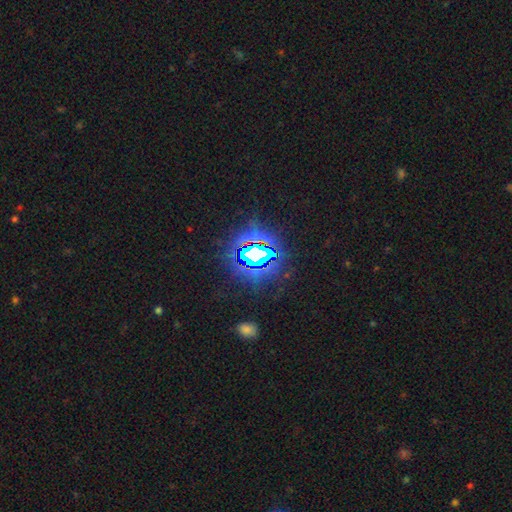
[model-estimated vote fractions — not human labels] Smooth or featured: star or artifact — 78% (smooth — 11%)